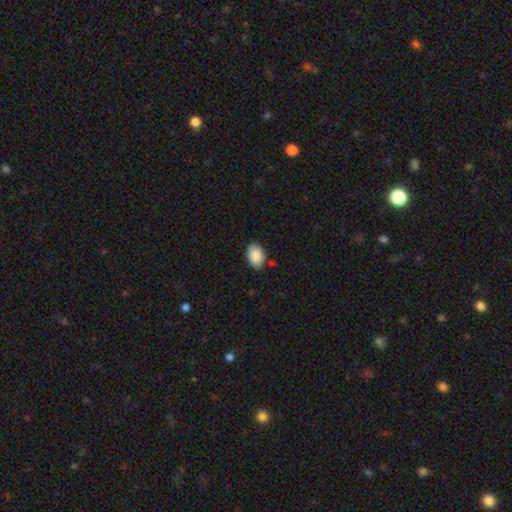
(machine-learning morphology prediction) The model was most divided on "merging": none: 83%, minor disturbance: 12%, major disturbance: 2%, merger: 2%. More confident: smooth or featured — smooth (89%); how rounded — in between (86%).